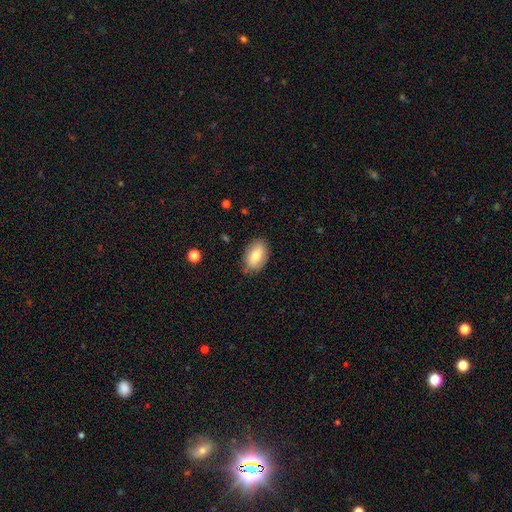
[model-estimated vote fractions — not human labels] A smooth galaxy with no disk features (75%) that is in between round and cigar-shaped (90%).

Vote fractions:
- Smooth or featured? smooth: 75% / featured or disk: 19% / star or artifact: 7%
- How rounded? in between: 90% / round: 8% / cigar-shaped: 2%
- Merging? none: 82% / minor disturbance: 14% / major disturbance: 3% / merger: 1%